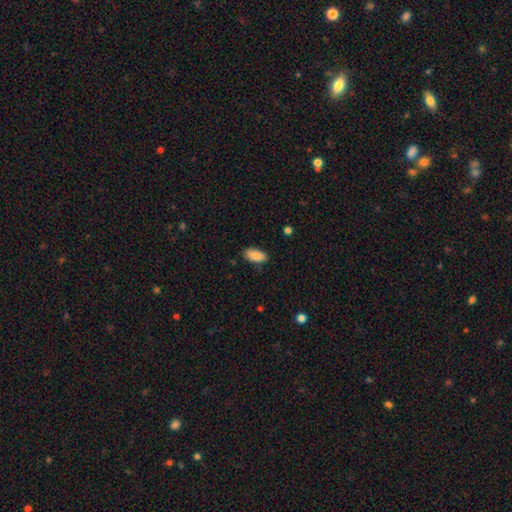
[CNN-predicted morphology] Overall: smooth (88%). How rounded: in between (93%). Merging: none (85%).